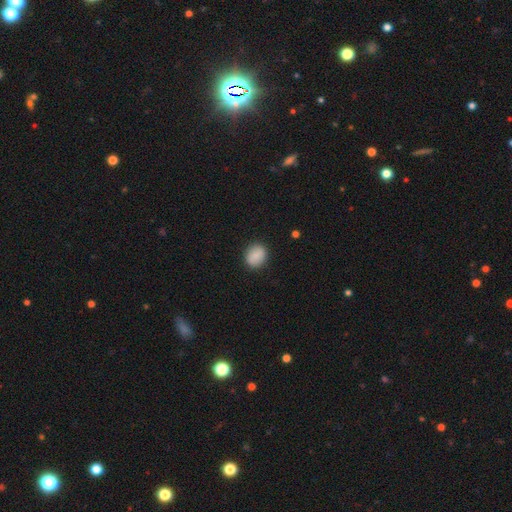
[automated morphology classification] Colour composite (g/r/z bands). It shows a smooth galaxy with no disk features (85%) that is round (66%). Merging: none (88%).